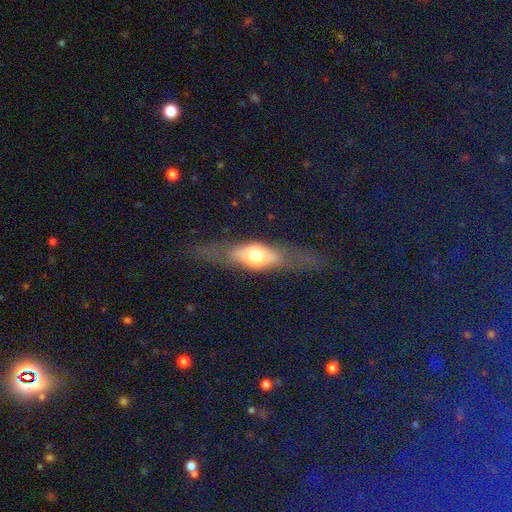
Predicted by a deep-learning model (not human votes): smooth-or-featured: featured or disk: 52% | smooth: 41% | star or artifact: 7%
  disk-edge-on: yes: 74% | no: 26%
  merging: none: 63% | minor disturbance: 18% | major disturbance: 17% | merger: 2%